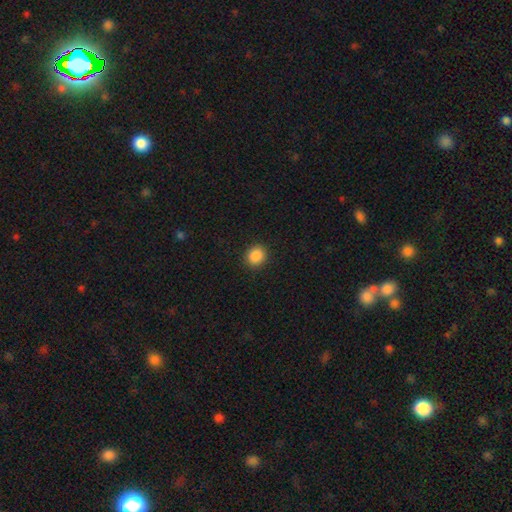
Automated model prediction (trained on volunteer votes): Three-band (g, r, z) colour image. It shows a smooth galaxy with no disk features (88%) that is round (85%). Merging: none (92%).